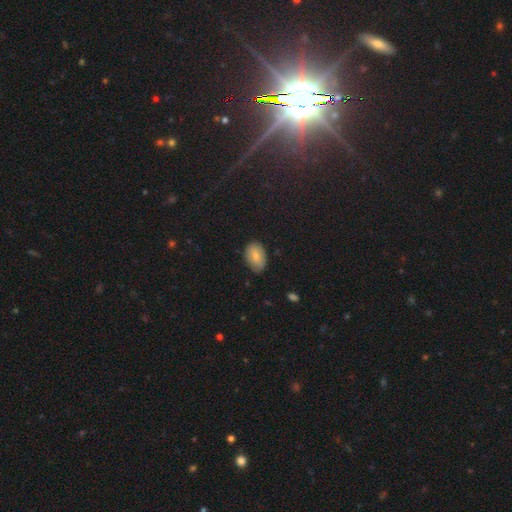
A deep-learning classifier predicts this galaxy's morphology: A smooth galaxy with no disk features (81%) that is in between round and cigar-shaped (89%). Merging: none (80%).